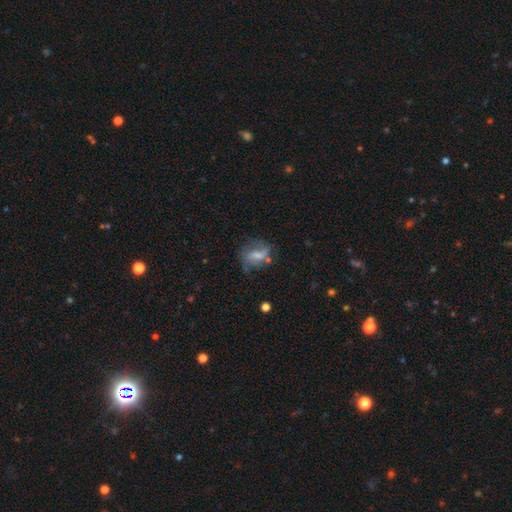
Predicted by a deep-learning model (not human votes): smooth-or-featured: featured or disk: 51% | smooth: 36% | star or artifact: 13%
  disk-edge-on: no: 92% | yes: 8%
  merging: none: 56% | minor disturbance: 23% | major disturbance: 16% | merger: 5%